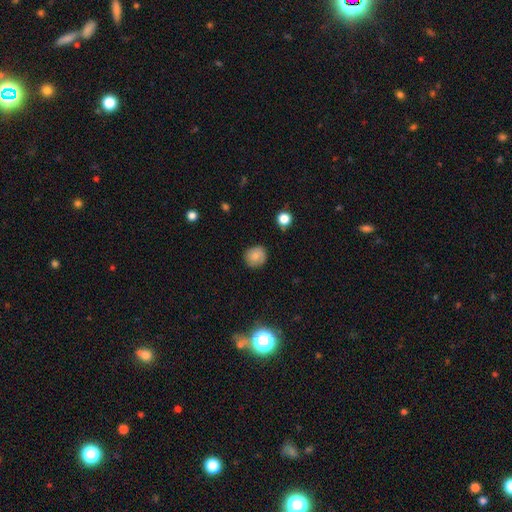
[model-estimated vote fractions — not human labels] smooth-or-featured: smooth: 78% | featured or disk: 12% | star or artifact: 10%
  how-rounded: round: 87% | in between: 12% | cigar-shaped: 1%
  merging: none: 81% | minor disturbance: 14% | major disturbance: 3% | merger: 1%